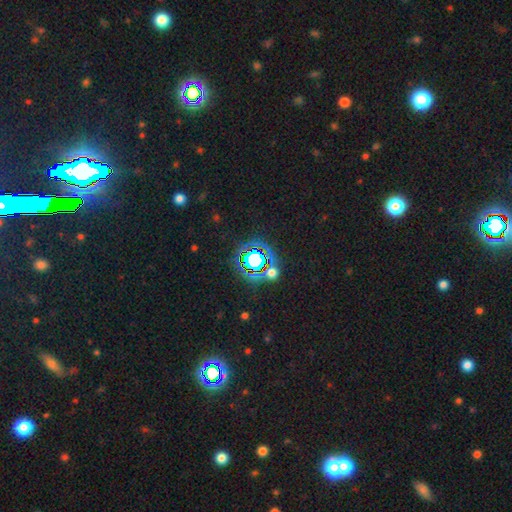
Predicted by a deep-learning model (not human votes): A star or artifact, not a galaxy (69%).

Vote fractions:
- Smooth or featured? star or artifact: 69% / smooth: 20% / featured or disk: 11%